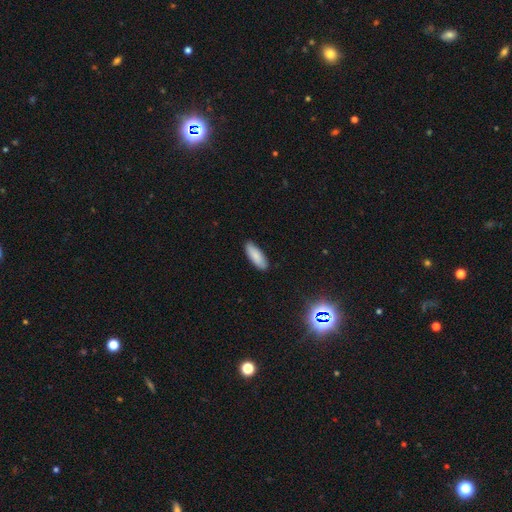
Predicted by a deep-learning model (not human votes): Morphology: type=smooth (86%); roundness=in between (65%); merging=none (88%).